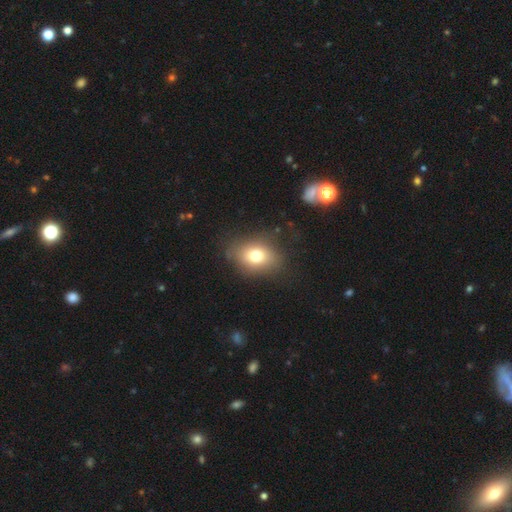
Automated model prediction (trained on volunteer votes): This appears to be a smooth galaxy with no disk features (74%) that is in between round and cigar-shaped (64%). Merging: none (76%).